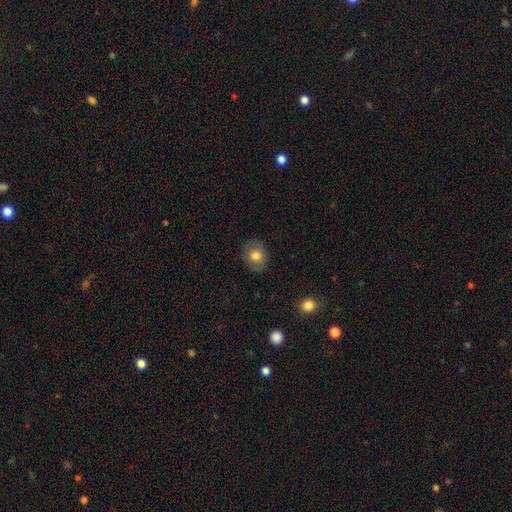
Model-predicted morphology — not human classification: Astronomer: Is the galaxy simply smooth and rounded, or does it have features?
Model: smooth — 73%.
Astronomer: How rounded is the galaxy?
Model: in between — 53% (runner-up: round, 46%).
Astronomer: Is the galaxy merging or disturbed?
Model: none — 85%.